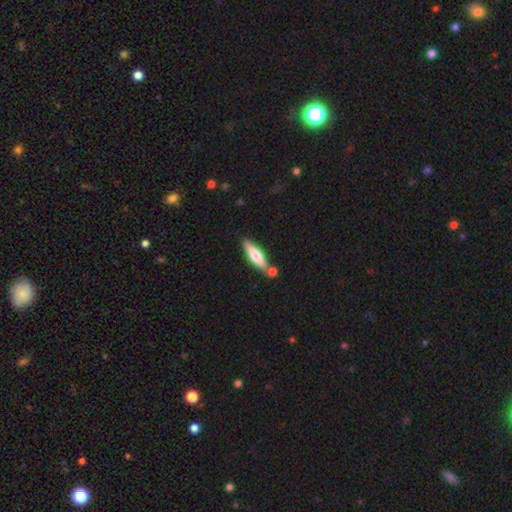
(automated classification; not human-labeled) A smooth galaxy with no disk features (48%). Merging: none (71%).